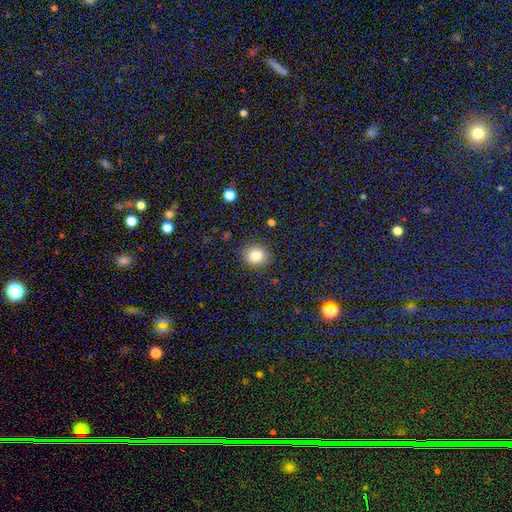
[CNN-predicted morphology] A smooth galaxy with no disk features (83%) that is round (76%). Merging: none (88%).